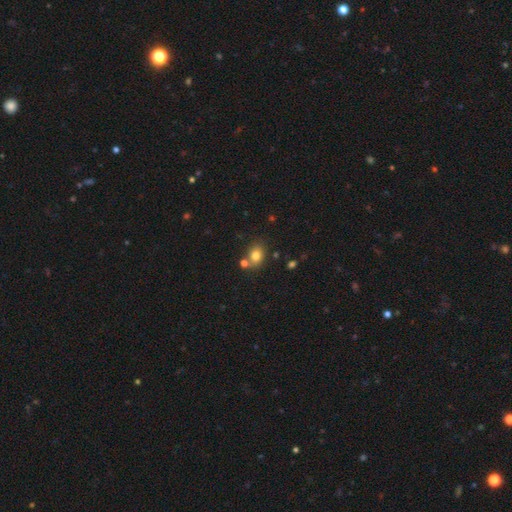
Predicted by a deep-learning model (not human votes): Q: Smooth or featured?
A: smooth (79%); runner-up: star or artifact (12%)
Q: How rounded?
A: in between (50%); runner-up: round (49%)
Q: Merging?
A: none (65%); runner-up: merger (19%)